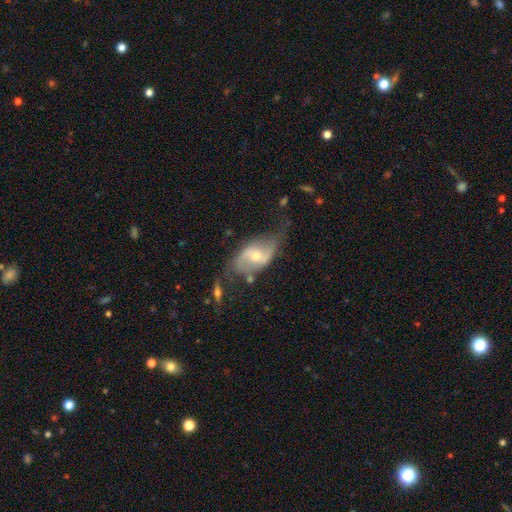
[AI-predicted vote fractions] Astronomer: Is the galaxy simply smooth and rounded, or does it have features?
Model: featured or disk — 76%.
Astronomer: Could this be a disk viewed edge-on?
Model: no — 94%.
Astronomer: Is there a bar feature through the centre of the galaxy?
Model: no — 41% (runner-up: weak, 40%).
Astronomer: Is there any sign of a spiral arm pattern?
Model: yes — 87%.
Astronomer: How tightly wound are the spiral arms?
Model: loose — 63%.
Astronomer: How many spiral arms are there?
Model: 2 — 86%.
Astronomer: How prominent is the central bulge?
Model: moderate — 56% (runner-up: small, 39%).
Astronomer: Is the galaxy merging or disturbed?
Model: none — 50% (runner-up: minor disturbance, 27%).